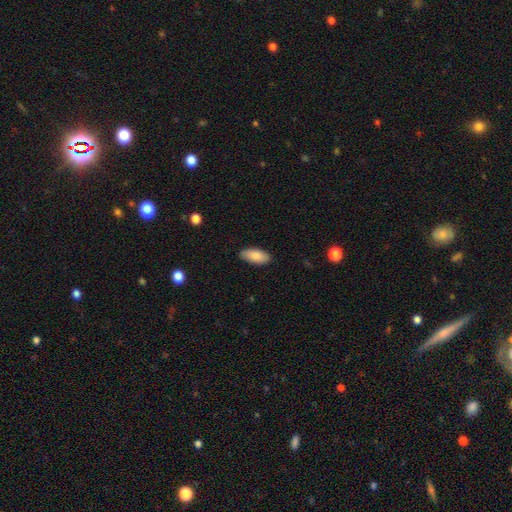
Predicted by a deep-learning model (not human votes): A smooth galaxy with no disk features (86%) that is in between round and cigar-shaped (89%).

Vote fractions:
- Smooth or featured? smooth: 86% / featured or disk: 8% / star or artifact: 6%
- How rounded? in between: 89% / cigar-shaped: 9% / round: 2%
- Merging? none: 88% / minor disturbance: 9% / major disturbance: 2% / merger: 1%